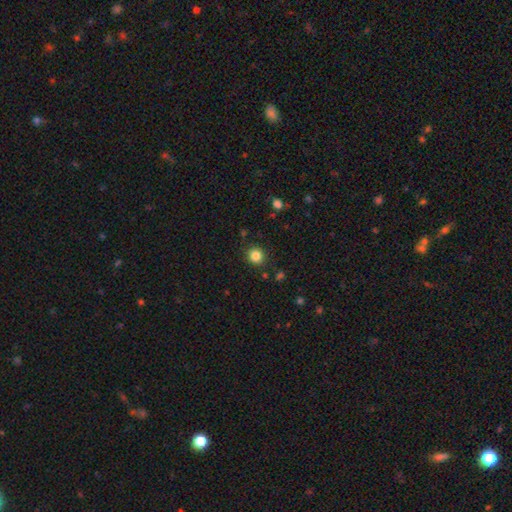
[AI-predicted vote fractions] A smooth galaxy with no disk features (84%) that is round (88%). Merging: none (88%).